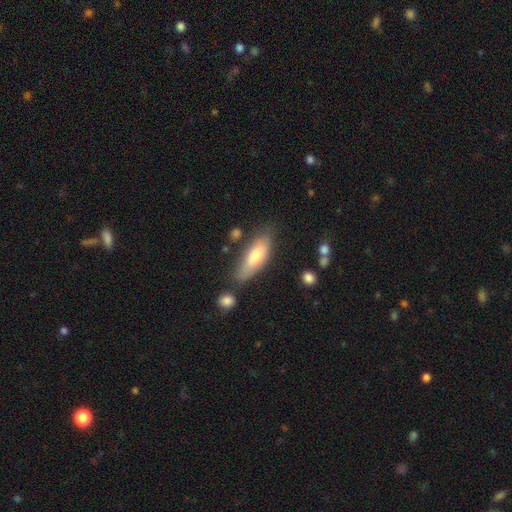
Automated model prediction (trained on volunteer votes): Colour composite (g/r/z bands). It shows a smooth galaxy with no disk features (68%) that is in between round and cigar-shaped (54%). Merging: none (70%).